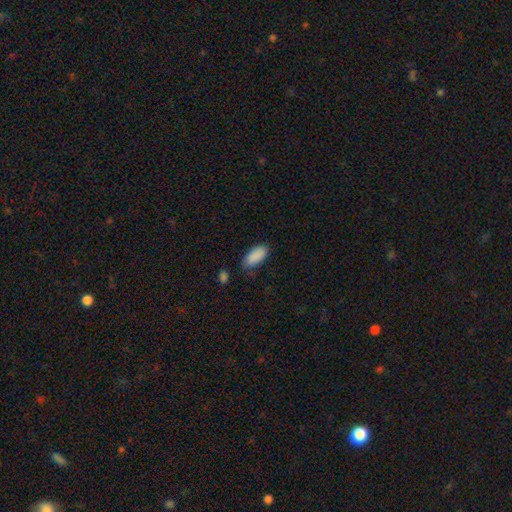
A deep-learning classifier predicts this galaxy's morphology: Smooth or featured? smooth (90%)
How rounded? in between (90%)
Merging? none (76%)